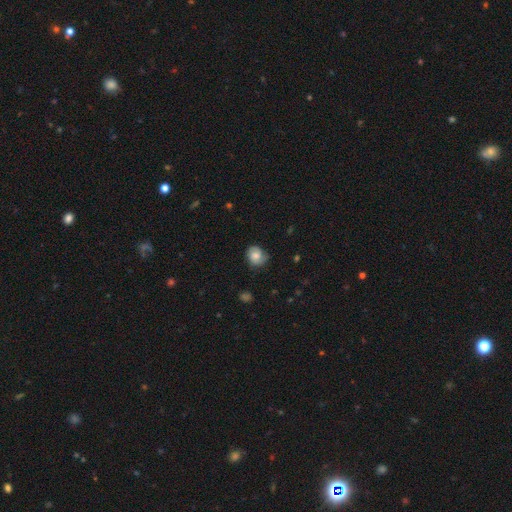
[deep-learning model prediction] Smooth or featured? smooth (61%)
How rounded? round (69%)
Merging? none (68%)